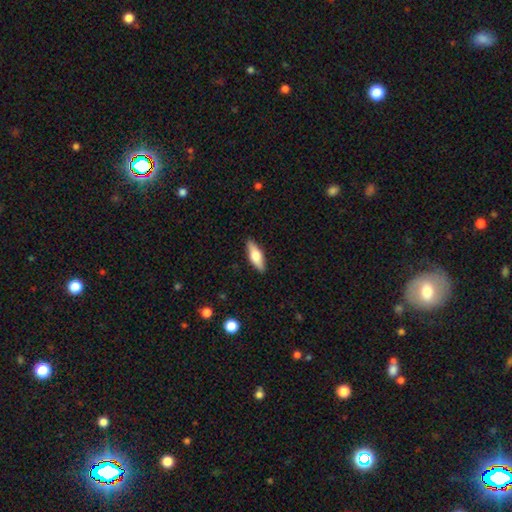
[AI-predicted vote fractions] A smooth galaxy with no disk features (62%) that is in between round and cigar-shaped (58%). Merging: none (89%).